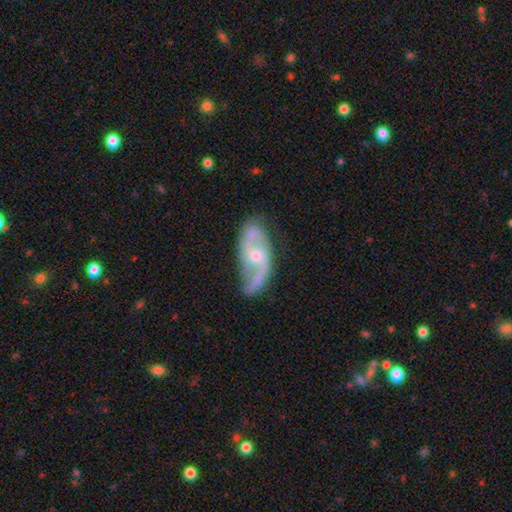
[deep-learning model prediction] Smooth or featured? Predicted: featured or disk (p=0.86). Edge-on disk? Predicted: no (p=0.95). Bar? Predicted: no (p=0.52). Spiral arms? Predicted: yes (p=0.96). Spiral winding? Predicted: loose (p=0.45). Spiral arm count? Predicted: 2 (p=0.90). Bulge size? Predicted: moderate (p=0.49). Merging? Predicted: none (p=0.71).